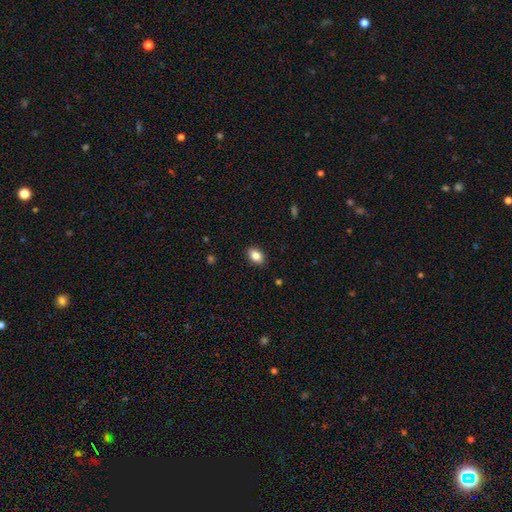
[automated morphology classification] The model was most divided on "how rounded": in between: 84%, round: 15%, cigar-shaped: 1%. More confident: merging — none (89%); smooth or featured — smooth (84%).